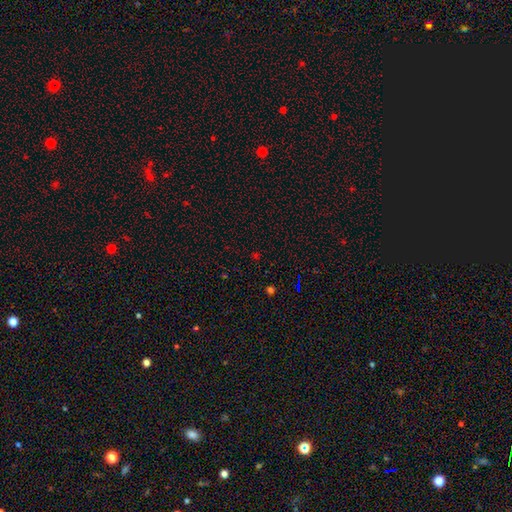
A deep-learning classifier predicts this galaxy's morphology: A star or artifact, not a galaxy (56%).